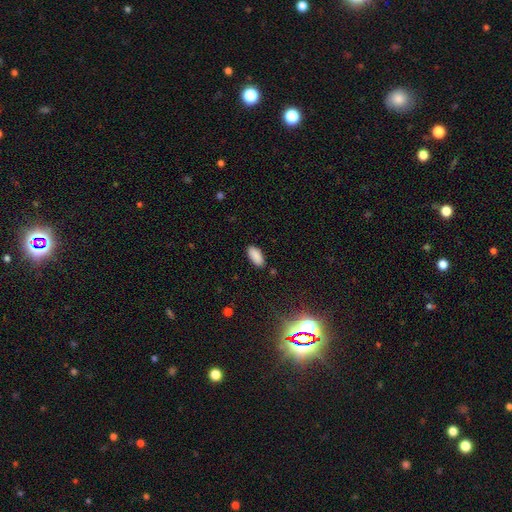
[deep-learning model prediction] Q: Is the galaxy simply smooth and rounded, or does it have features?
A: smooth — 88%.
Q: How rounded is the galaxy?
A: in between — 89%.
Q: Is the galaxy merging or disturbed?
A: none — 88%.